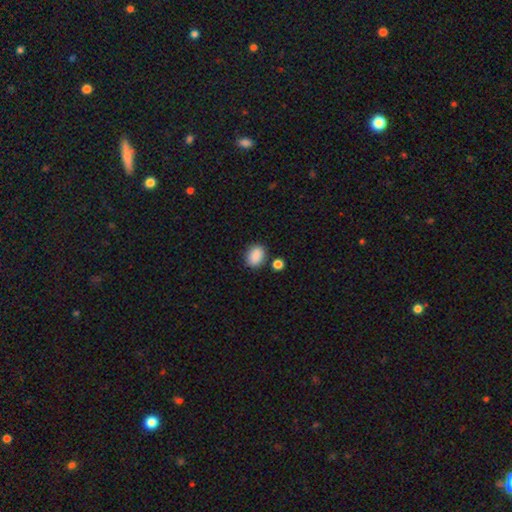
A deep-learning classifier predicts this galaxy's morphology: The model was most divided on "how rounded": in between: 69%, round: 29%, cigar-shaped: 1%. More confident: smooth or featured — smooth (88%); merging — none (80%).